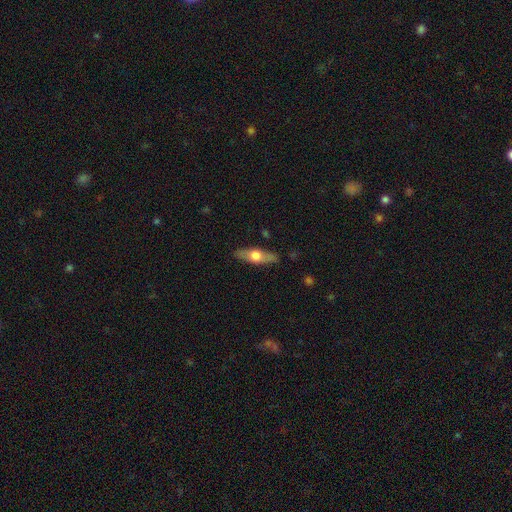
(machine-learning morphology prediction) Smooth or featured?
  - featured or disk: 47% * (tied)
  - smooth: 47% * (tied)
  - star or artifact: 5%
Merging?
  - none: 86% *
  - minor disturbance: 11%
  - major disturbance: 2%
  - merger: 1%